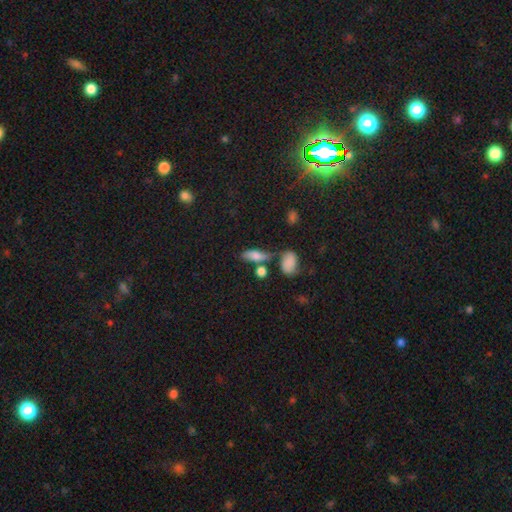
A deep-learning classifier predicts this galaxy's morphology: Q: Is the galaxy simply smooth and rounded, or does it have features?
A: smooth — 75%.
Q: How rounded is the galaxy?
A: in between — 66%.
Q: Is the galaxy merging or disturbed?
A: none — 53%.